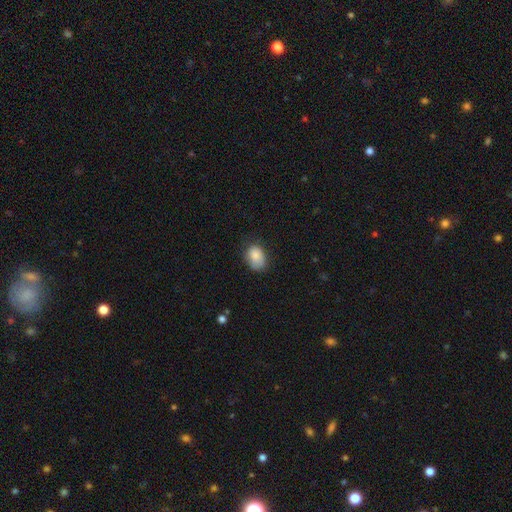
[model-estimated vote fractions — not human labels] A smooth galaxy with no disk features (82%) that is in between round and cigar-shaped (74%).

Vote fractions:
- Smooth or featured? smooth: 82% / featured or disk: 10% / star or artifact: 8%
- How rounded? in between: 74% / round: 25% / cigar-shaped: 1%
- Merging? none: 61% / minor disturbance: 29% / major disturbance: 8% / merger: 2%